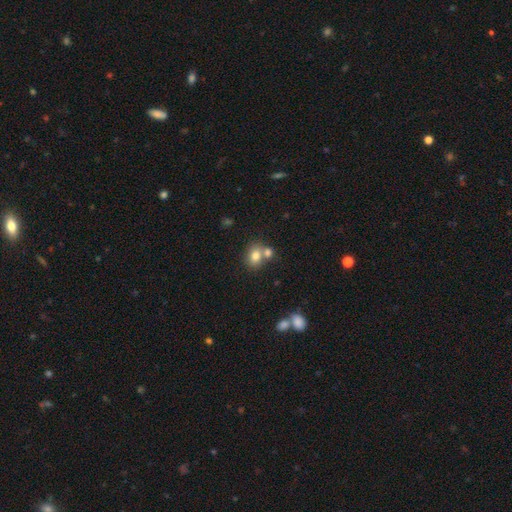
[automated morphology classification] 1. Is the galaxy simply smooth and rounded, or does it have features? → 79% smooth, 11% star or artifact, 11% featured or disk.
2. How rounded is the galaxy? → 52% round, 47% in between, 1% cigar-shaped.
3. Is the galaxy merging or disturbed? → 47% none, 40% merger, 10% minor disturbance, 4% major disturbance.